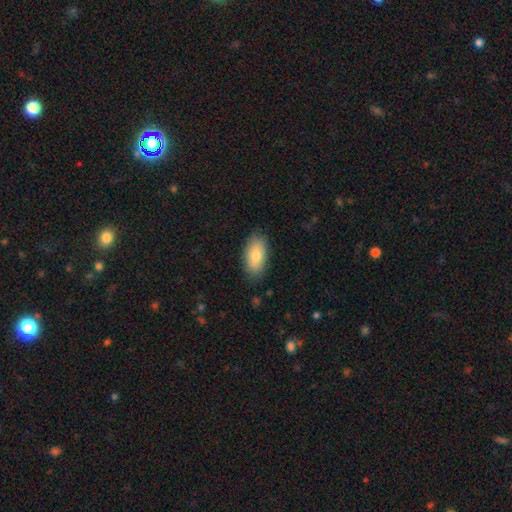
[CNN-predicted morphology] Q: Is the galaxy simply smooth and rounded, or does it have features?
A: smooth — 80%.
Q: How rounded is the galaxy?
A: in between — 92%.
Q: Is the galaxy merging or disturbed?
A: none — 84%.